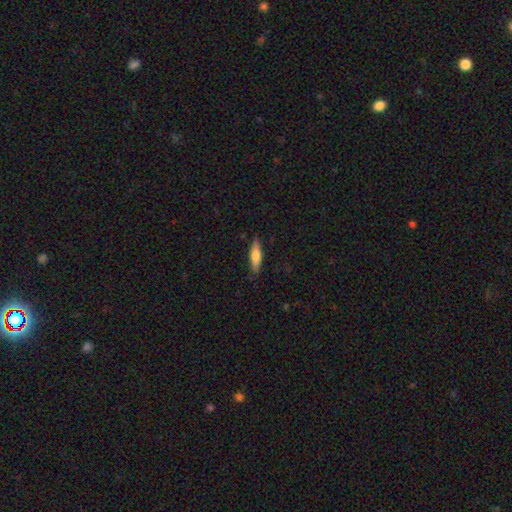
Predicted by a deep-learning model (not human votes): This is likely a smooth galaxy (64%). How rounded: likely cigar-shaped (66%). Merging: clearly none (86%).